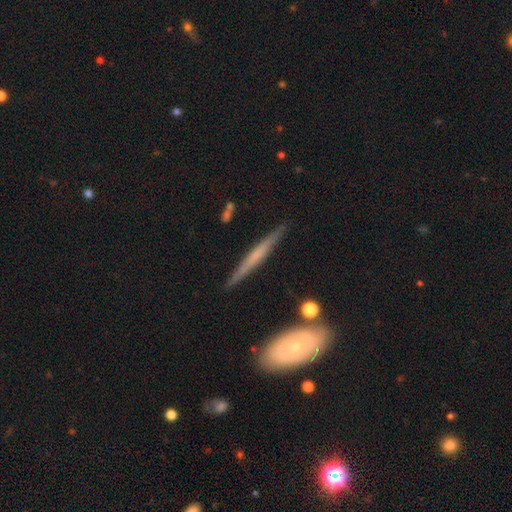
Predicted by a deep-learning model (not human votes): Overall: featured or disk (65%; smooth 29%). Edge-on disk: yes (96%). Edge-on bulge: none (60%; rounded 30%). Merging: none (88%).